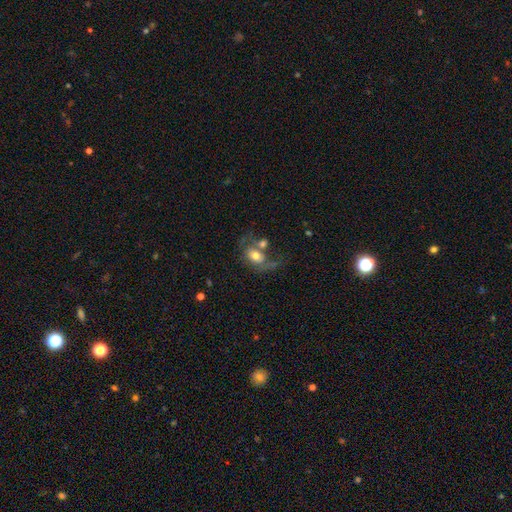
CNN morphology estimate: Smooth or featured? smooth (60%)
How rounded? in between (66%)
Merging? merger (38%)